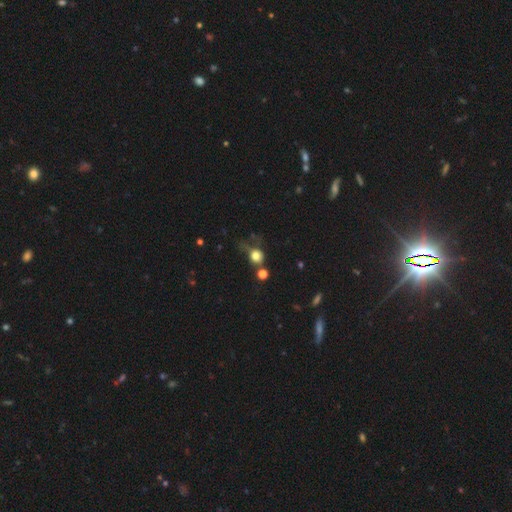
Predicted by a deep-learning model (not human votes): Smooth or featured: smooth — 76% (star or artifact — 13%)
How rounded: round — 82% (in between — 16%)
Merging: none — 40% (major disturbance — 24%)